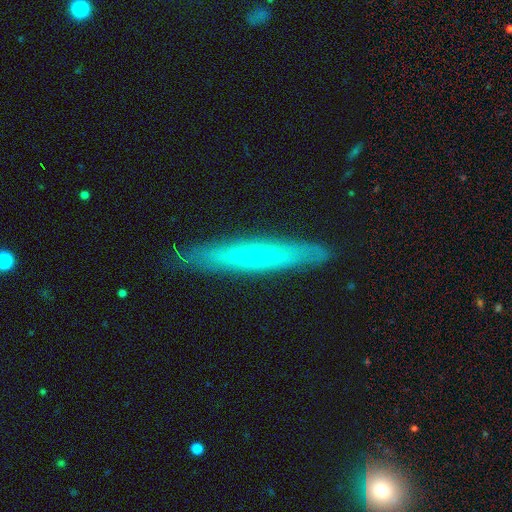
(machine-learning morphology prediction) The model was most divided on "smooth or featured": featured or disk: 63%, smooth: 31%, star or artifact: 7%. More confident: merging — none (86%); edge-on disk — yes (81%); edge-on bulge — rounded (70%).